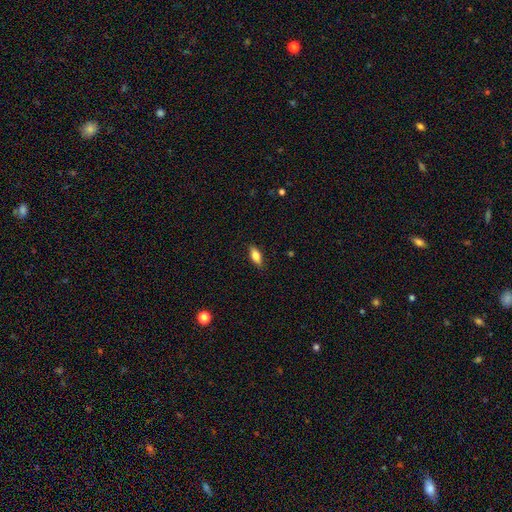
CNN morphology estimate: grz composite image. It shows a smooth galaxy with no disk features (76%) that is in between round and cigar-shaped (77%). Merging: none (86%).